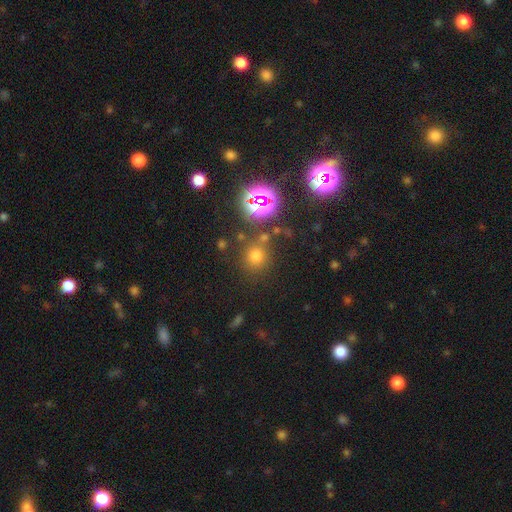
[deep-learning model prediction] This is likely a smooth galaxy (64%). How rounded: clearly round (89%). Merging: likely none (77%).